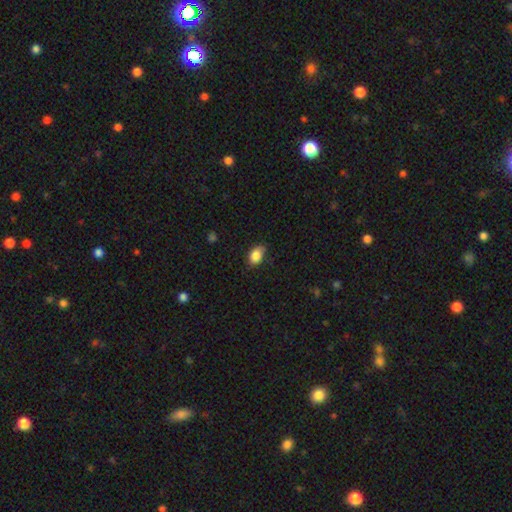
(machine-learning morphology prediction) This appears to be a smooth galaxy with no disk features (85%) that is in between round and cigar-shaped (83%). Merging: none (74%).